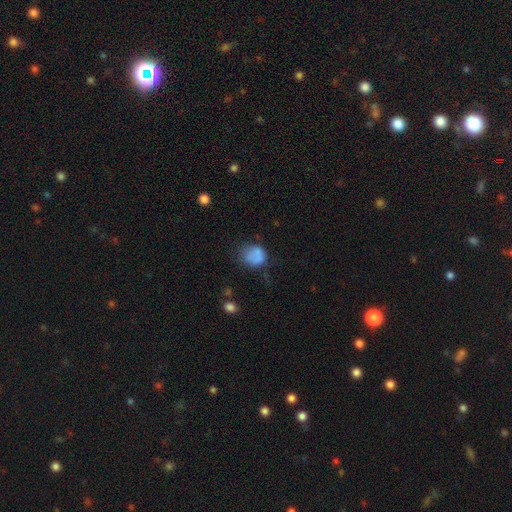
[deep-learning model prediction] smooth_or_featured: smooth (p=0.76) [alt: featured or disk p=0.13]
how_rounded: round (p=0.65) [alt: in between p=0.34]
merging: none (p=0.52) [alt: minor disturbance p=0.26]